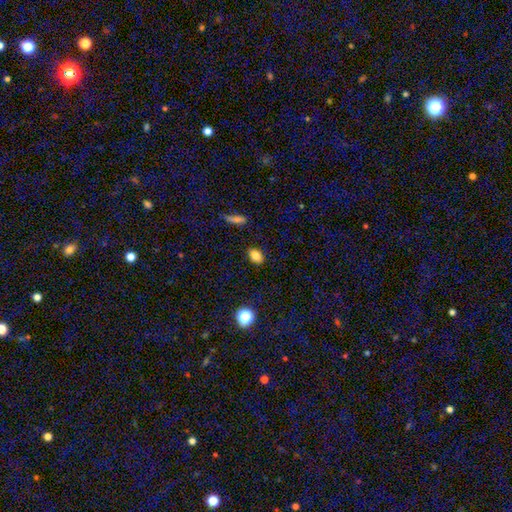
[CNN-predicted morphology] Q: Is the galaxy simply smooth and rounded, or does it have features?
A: smooth — 83%.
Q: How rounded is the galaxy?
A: in between — 80%.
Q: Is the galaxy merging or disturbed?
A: none — 86%.